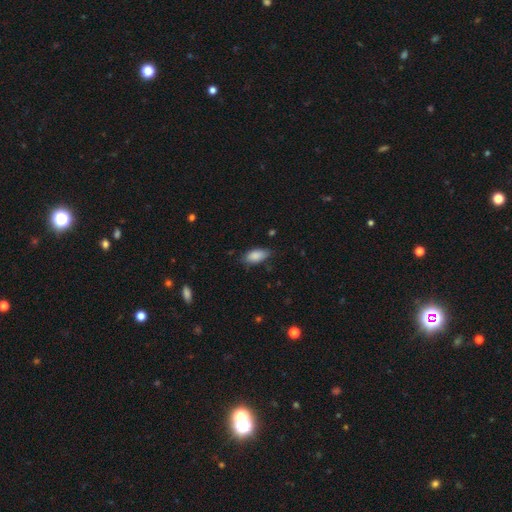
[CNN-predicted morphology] smooth 87%, star or artifact 7%, featured or disk 6%. Down the decision tree: how rounded — in between (90%); merging — none (74%).